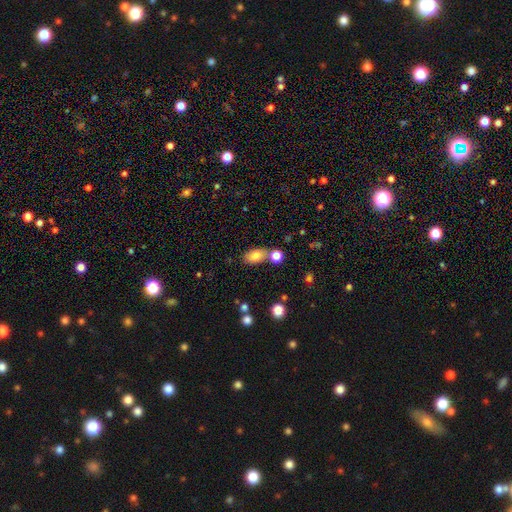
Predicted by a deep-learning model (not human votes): This is clearly a smooth galaxy (80%). How rounded: clearly in between (86%). Merging: likely none (62%).